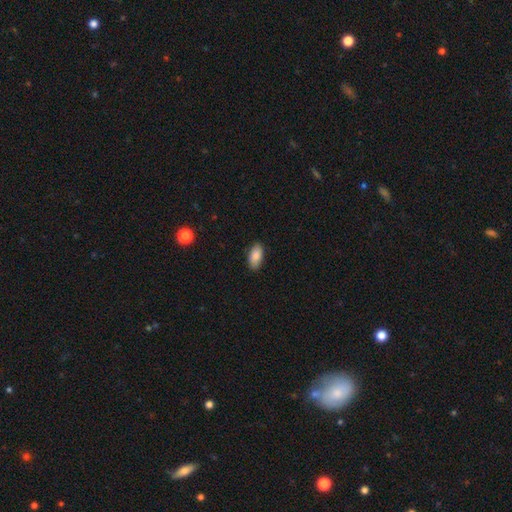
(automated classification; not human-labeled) smooth-or-featured: smooth: 88% | star or artifact: 7% | featured or disk: 5%
  how-rounded: in between: 92% | cigar-shaped: 6% | round: 3%
  merging: none: 87% | minor disturbance: 10% | major disturbance: 2% | merger: 1%